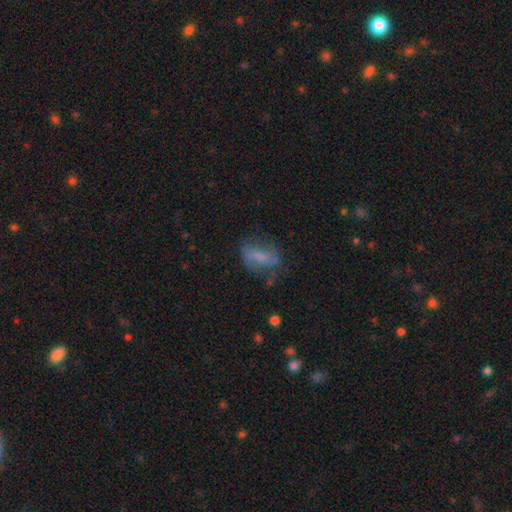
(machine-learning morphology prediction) Smooth or featured? Predicted: smooth (p=0.46). Merging? Predicted: none (p=0.61).